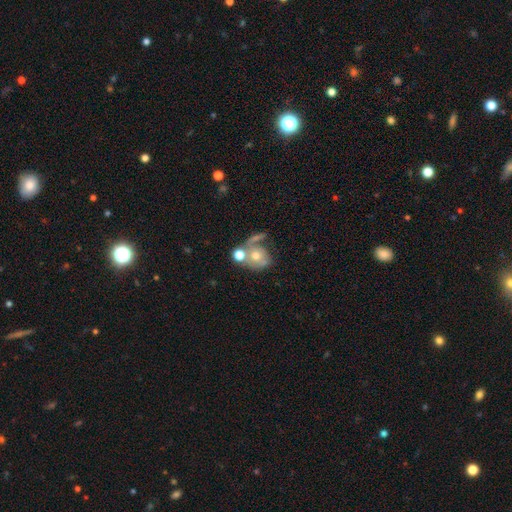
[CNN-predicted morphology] This is possibly a featured or disk galaxy (46%). Merging: marginally merger (38%).